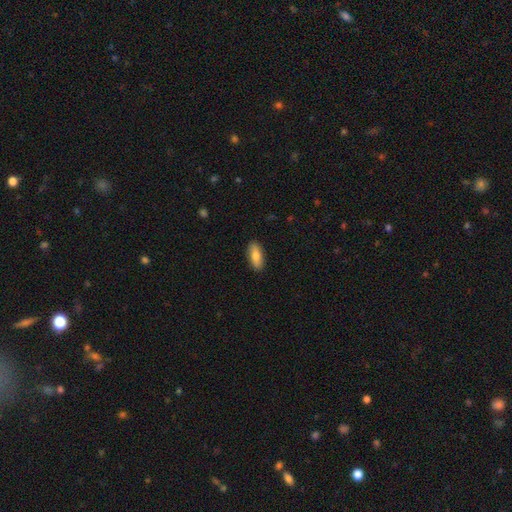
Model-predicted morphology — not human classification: Q: Smooth or featured?
A: smooth (80%); runner-up: featured or disk (14%)
Q: How rounded?
A: in between (77%); runner-up: cigar-shaped (20%)
Q: Merging?
A: none (89%); runner-up: minor disturbance (8%)